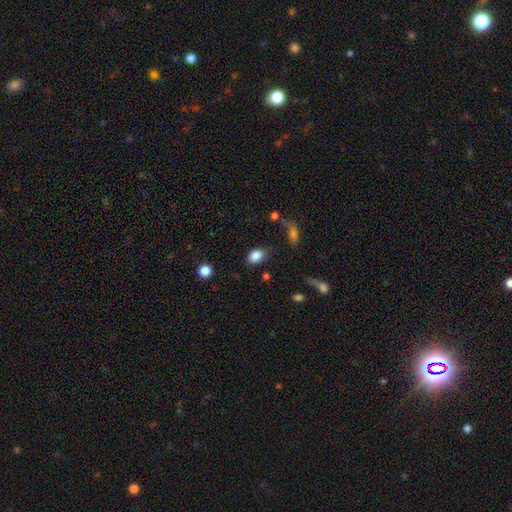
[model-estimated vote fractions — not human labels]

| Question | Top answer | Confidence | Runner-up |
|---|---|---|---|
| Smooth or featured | smooth | 86% | star or artifact (9%) |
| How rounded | in between | 82% | round (16%) |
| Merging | none | 77% | minor disturbance (15%) |